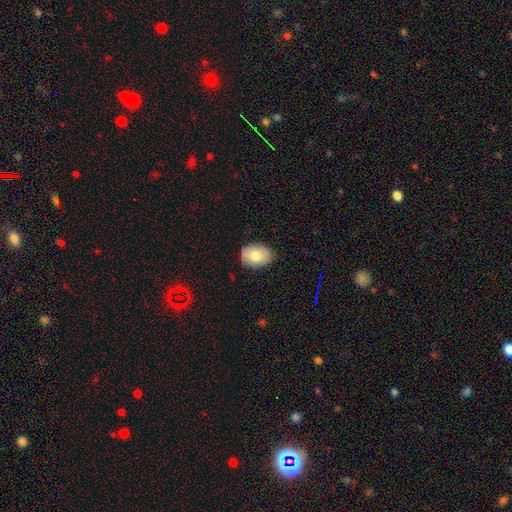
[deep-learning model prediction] smooth 77%, featured or disk 16%, star or artifact 7%. Down the decision tree: how rounded — in between (77%); merging — none (83%).